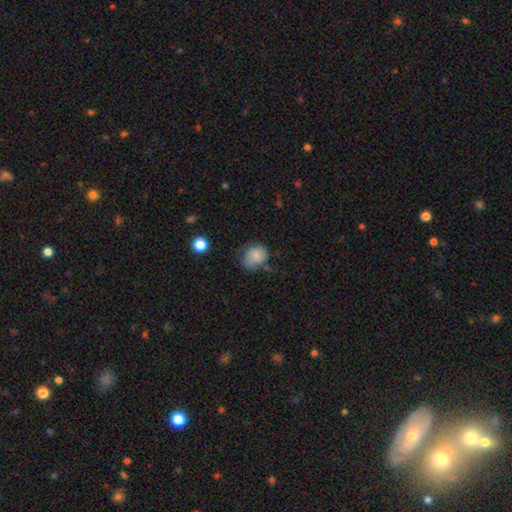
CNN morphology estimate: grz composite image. It shows a smooth galaxy with no disk features (77%) that is round (54%). Merging: none (47%).